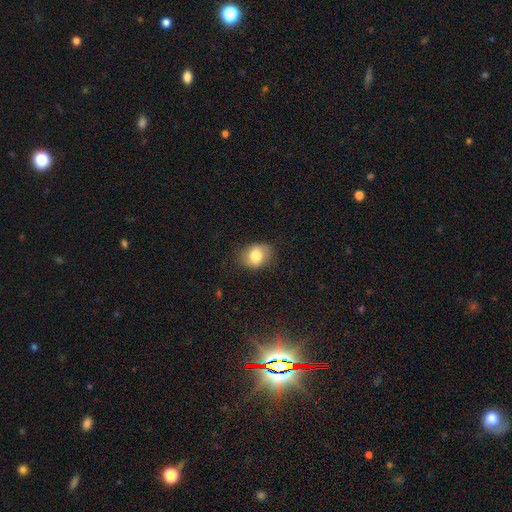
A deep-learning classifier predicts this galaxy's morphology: Smooth or featured?
  - smooth: 79% *
  - featured or disk: 12%
  - star or artifact: 9%
How rounded?
  - round: 51% *
  - in between: 48%
  - cigar-shaped: 1%
Merging?
  - none: 77% *
  - minor disturbance: 17%
  - major disturbance: 5%
  - merger: 1%